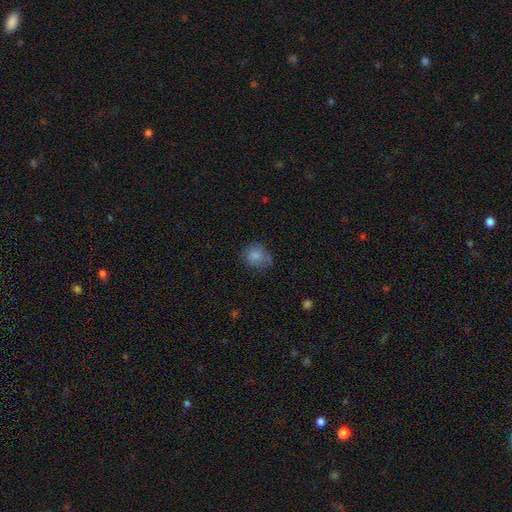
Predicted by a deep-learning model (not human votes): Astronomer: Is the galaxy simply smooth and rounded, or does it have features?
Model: smooth — 79%.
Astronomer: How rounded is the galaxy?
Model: round — 69%.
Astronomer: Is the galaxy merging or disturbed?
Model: none — 61%.